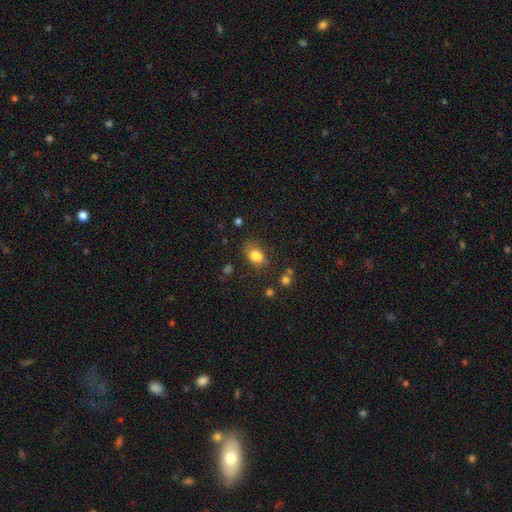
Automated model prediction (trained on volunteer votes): Smooth or featured? Predicted: smooth (p=0.81). How rounded? Predicted: in between (p=0.78). Merging? Predicted: none (p=0.60).